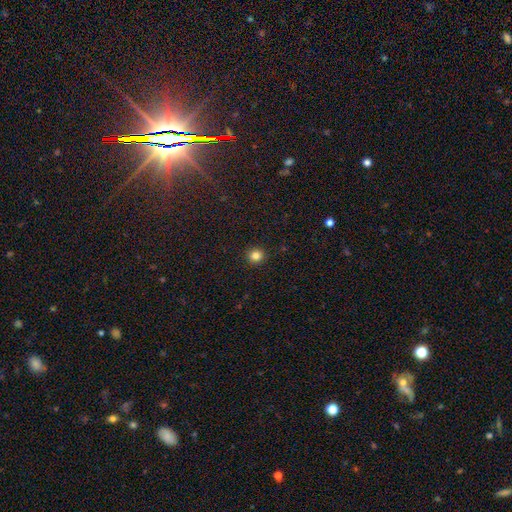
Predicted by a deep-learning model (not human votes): Q: Smooth or featured?
A: smooth (84%); runner-up: star or artifact (12%)
Q: How rounded?
A: round (93%); runner-up: in between (6%)
Q: Merging?
A: none (93%); runner-up: minor disturbance (5%)